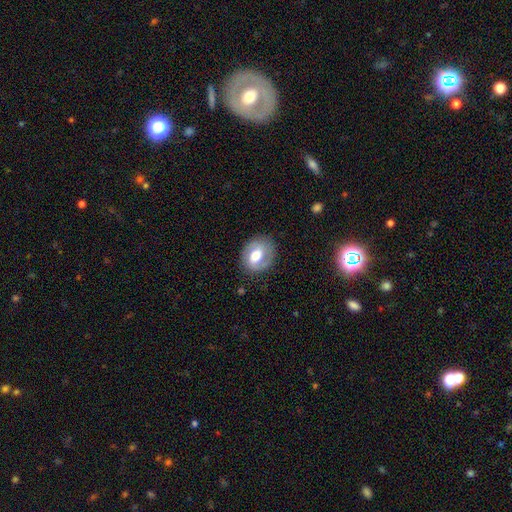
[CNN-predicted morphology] A featured or disk galaxy (52%) with a weak bar (45%), spiral arms (67%) and a moderate central bulge (61%). Merging: none (79%).